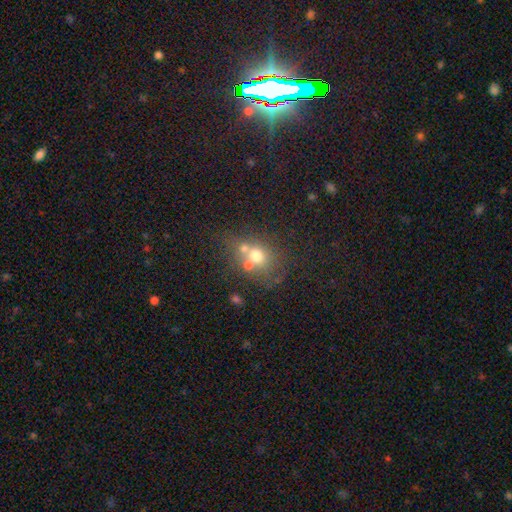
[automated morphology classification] Smooth or featured? smooth (59%)
How rounded? round (66%)
Merging? none (42%)